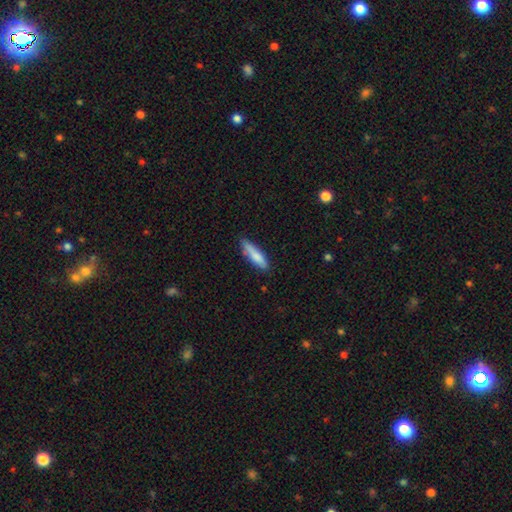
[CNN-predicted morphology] A smooth galaxy with no disk features (78%) that is cigar-shaped (73%). Merging: none (75%).